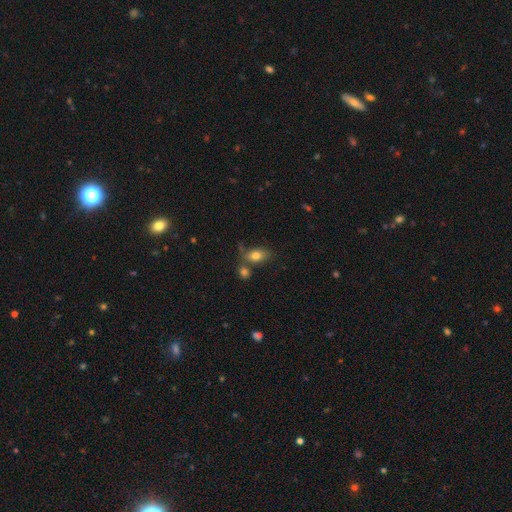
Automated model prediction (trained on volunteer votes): A smooth galaxy with no disk features (79%) that is in between round and cigar-shaped (85%). Merging: none (55%).